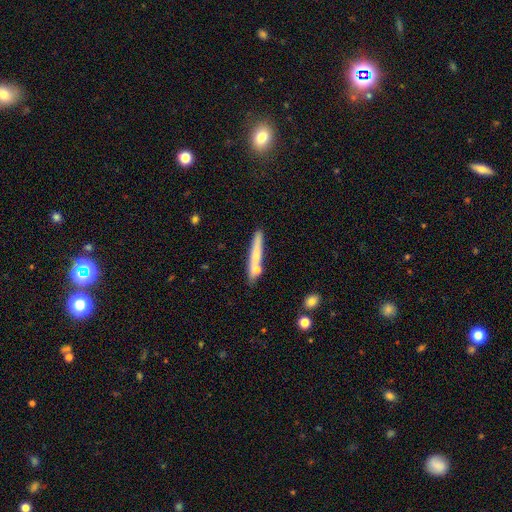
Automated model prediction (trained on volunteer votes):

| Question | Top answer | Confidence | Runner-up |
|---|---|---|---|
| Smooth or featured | smooth | 60% | featured or disk (34%) |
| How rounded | cigar-shaped | 93% | in between (5%) |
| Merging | none | 70% | merger (13%) |